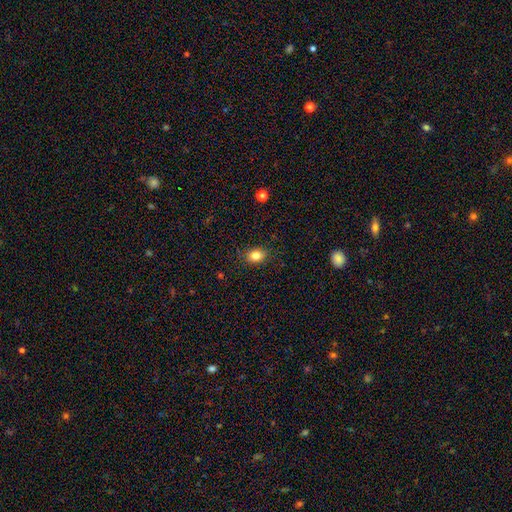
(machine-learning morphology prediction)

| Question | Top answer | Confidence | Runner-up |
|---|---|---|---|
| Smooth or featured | smooth | 83% | star or artifact (11%) |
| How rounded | in between | 64% | round (35%) |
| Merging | none | 86% | minor disturbance (11%) |